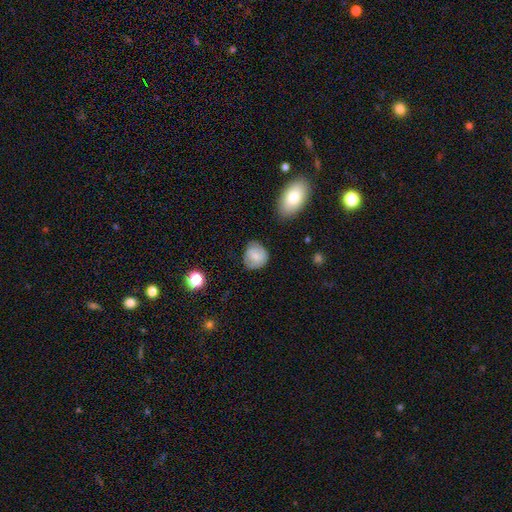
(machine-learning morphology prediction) Smooth or featured? Predicted: smooth (p=0.71). How rounded? Predicted: round (p=0.75). Merging? Predicted: none (p=0.68).